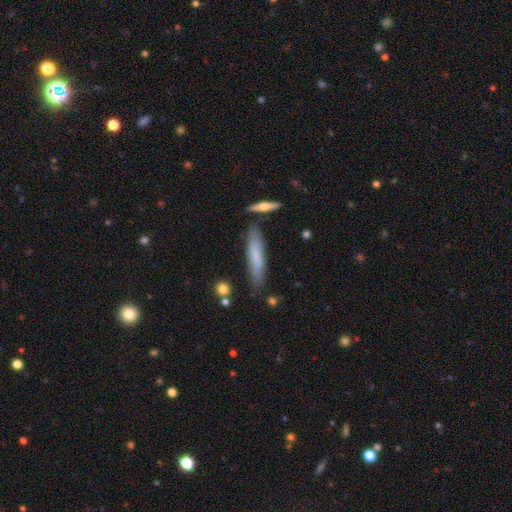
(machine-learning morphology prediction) The model was most divided on "smooth or featured": smooth: 66%, featured or disk: 27%, star or artifact: 7%. More confident: how rounded — cigar-shaped (84%); merging — none (77%).